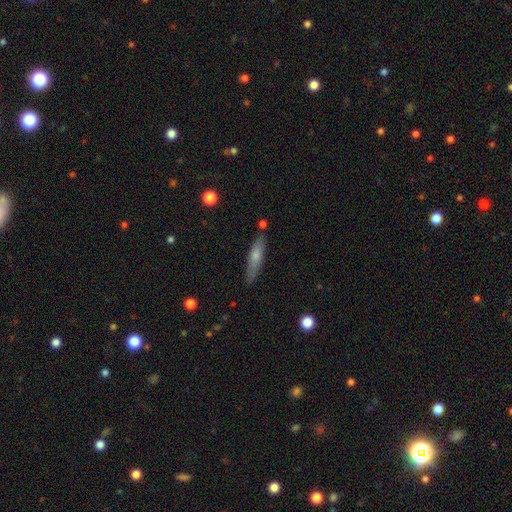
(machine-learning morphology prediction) The model was most divided on "smooth or featured": smooth: 63%, featured or disk: 31%, star or artifact: 6%. More confident: how rounded — cigar-shaped (80%); merging — none (78%).